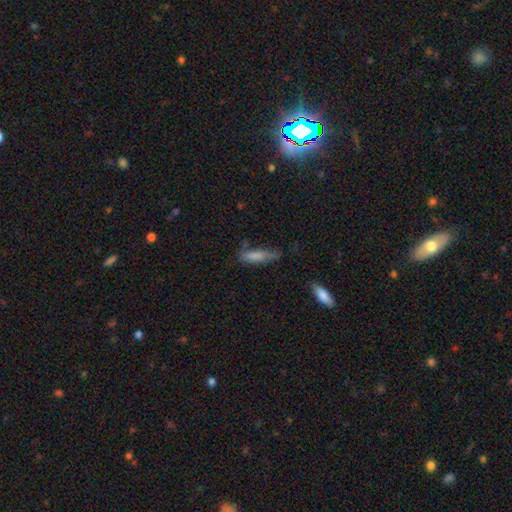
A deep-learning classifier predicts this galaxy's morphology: smooth-or-featured: smooth: 78% | featured or disk: 15% | star or artifact: 7%
  how-rounded: cigar-shaped: 65% | in between: 33% | round: 2%
  merging: none: 55% | minor disturbance: 30% | major disturbance: 10% | merger: 5%